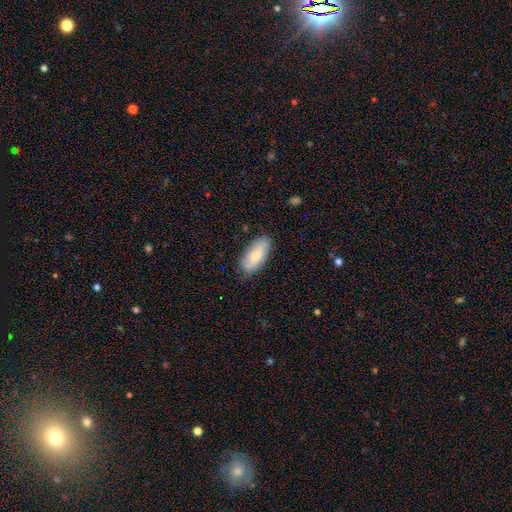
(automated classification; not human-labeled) Q: Smooth or featured?
A: smooth (72%); runner-up: featured or disk (22%)
Q: How rounded?
A: in between (85%); runner-up: cigar-shaped (13%)
Q: Merging?
A: none (78%); runner-up: minor disturbance (18%)